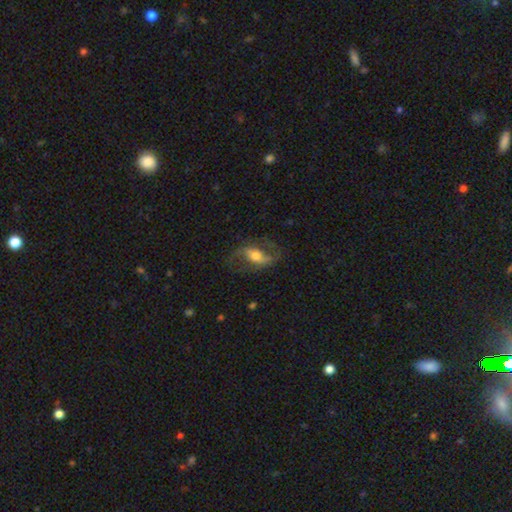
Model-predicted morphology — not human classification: This appears to be a featured or disk galaxy (71%) with a weak bar (35%), 2 (87%) loose (54%) spiral arms (83%) and a moderate central bulge (63%). Merging: none (66%).